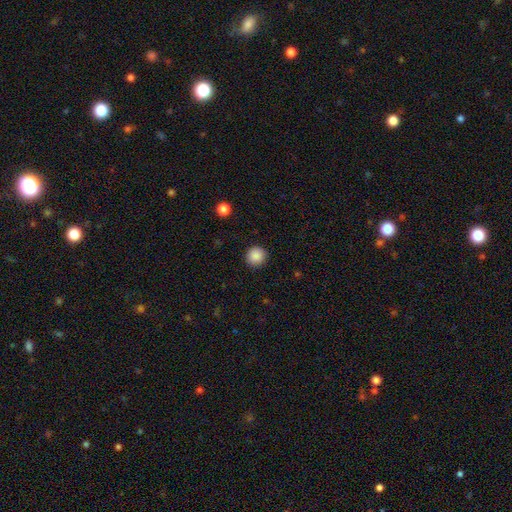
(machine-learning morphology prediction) Q: Smooth or featured?
A: smooth (88%); runner-up: star or artifact (9%)
Q: How rounded?
A: round (93%); runner-up: in between (6%)
Q: Merging?
A: none (91%); runner-up: minor disturbance (6%)